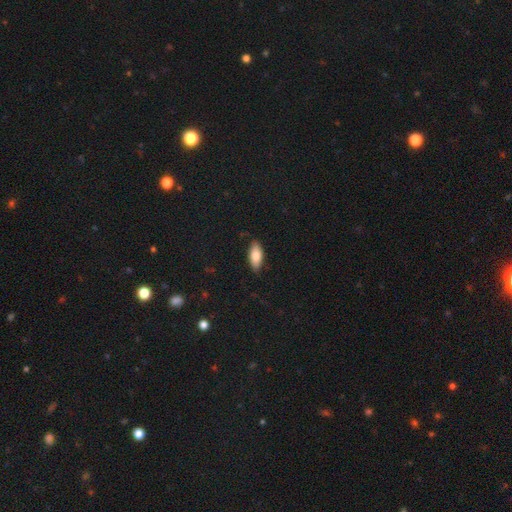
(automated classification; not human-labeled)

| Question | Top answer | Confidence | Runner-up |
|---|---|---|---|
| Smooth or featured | smooth | 80% | featured or disk (13%) |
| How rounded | in between | 87% | cigar-shaped (10%) |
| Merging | none | 84% | minor disturbance (13%) |